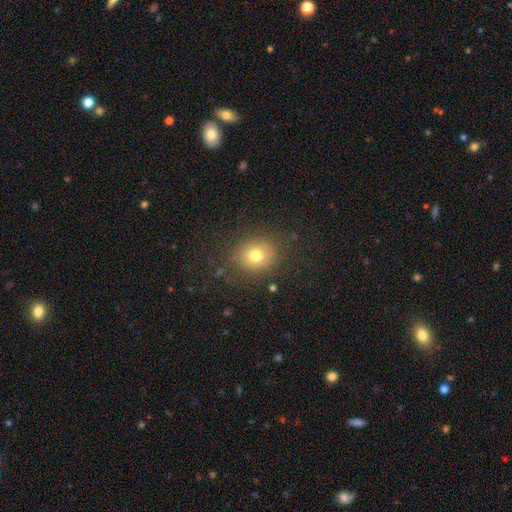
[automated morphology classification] smooth 74%, star or artifact 16%, featured or disk 10%. Down the decision tree: how rounded — round (80%); merging — none (83%).